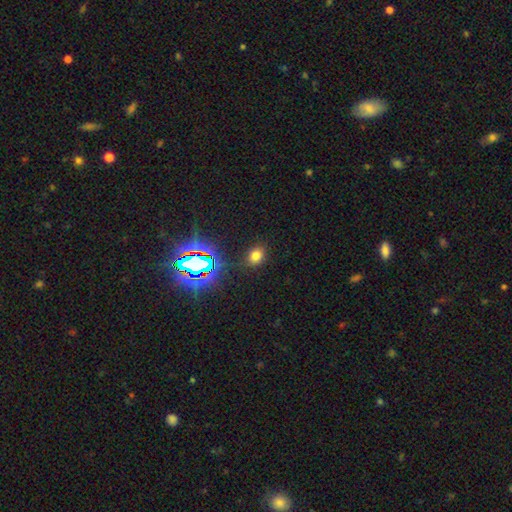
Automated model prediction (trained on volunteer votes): This is likely a smooth galaxy (69%). How rounded: possibly in between (51%). Merging: clearly none (85%).